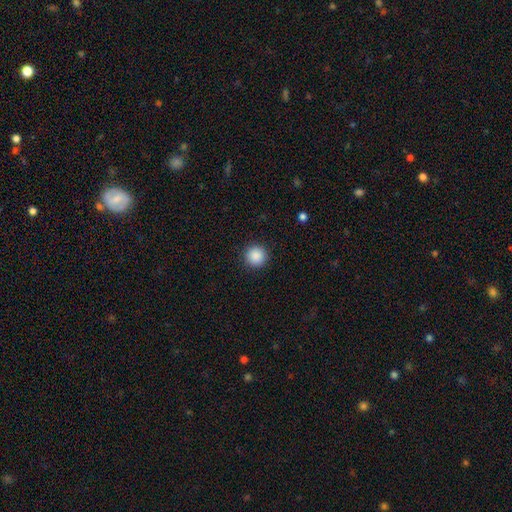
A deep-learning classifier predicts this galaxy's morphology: smooth_or_featured: smooth (p=0.88) [alt: star or artifact p=0.09]
how_rounded: round (p=0.95) [alt: in between p=0.04]
merging: none (p=0.92) [alt: minor disturbance p=0.05]